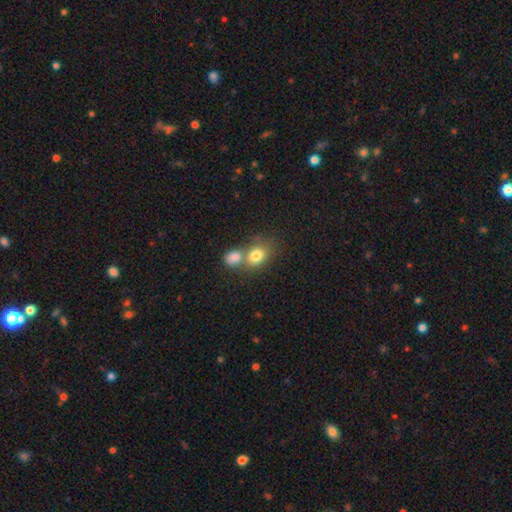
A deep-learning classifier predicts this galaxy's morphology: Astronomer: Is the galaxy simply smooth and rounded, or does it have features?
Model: smooth — 79%.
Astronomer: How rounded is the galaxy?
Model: in between — 60% (runner-up: round, 39%).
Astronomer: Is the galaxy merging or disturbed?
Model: merger — 53% (runner-up: none, 34%).